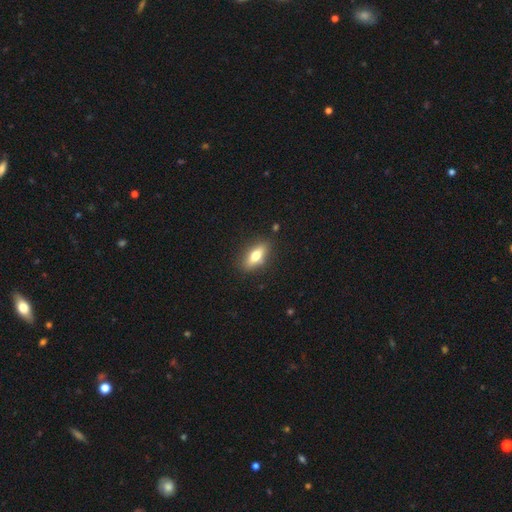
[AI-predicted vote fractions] Overall: smooth (66%; featured or disk 26%). How rounded: in between (72%). Merging: none (85%).